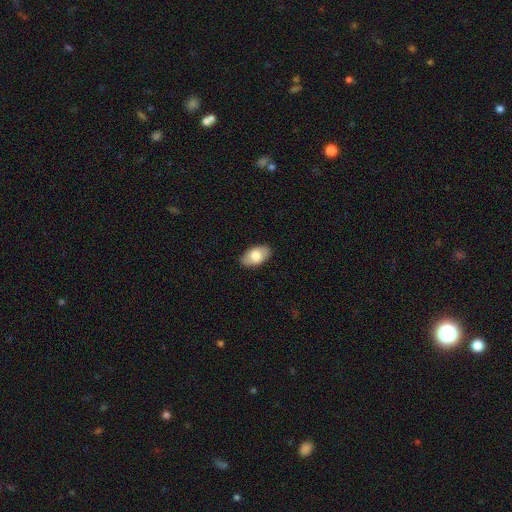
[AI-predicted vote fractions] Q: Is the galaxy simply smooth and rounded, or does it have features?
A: smooth — 75%.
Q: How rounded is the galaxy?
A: in between — 94%.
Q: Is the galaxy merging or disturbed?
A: none — 86%.